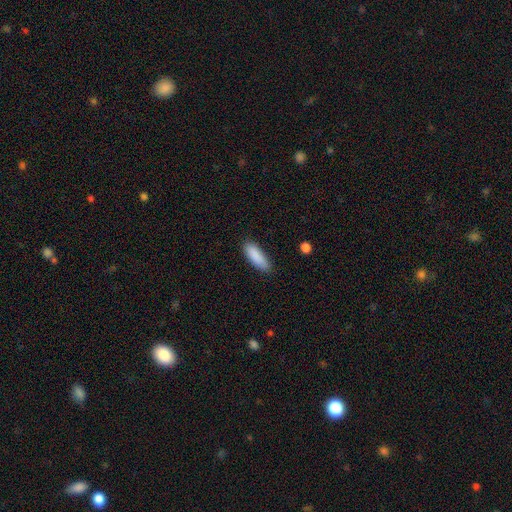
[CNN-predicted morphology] smooth-or-featured: smooth: 89% | star or artifact: 6% | featured or disk: 5%
  how-rounded: in between: 58% | cigar-shaped: 41% | round: 2%
  merging: none: 85% | minor disturbance: 12% | major disturbance: 2% | merger: 1%